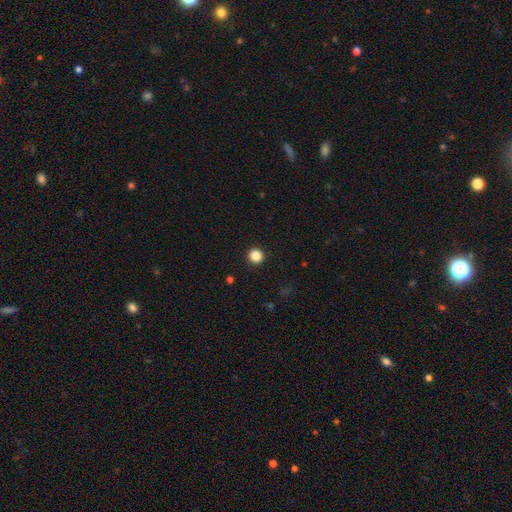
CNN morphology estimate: type=smooth (86%); roundness=round (96%); merging=none (94%).